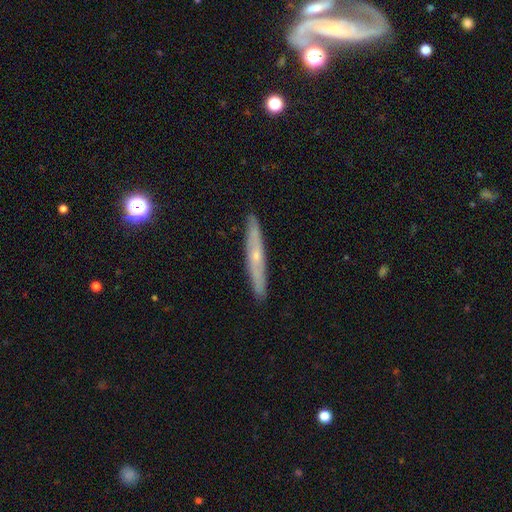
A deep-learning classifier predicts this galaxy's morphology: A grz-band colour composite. It shows a featured or disk galaxy (59%) viewed edge-on (86%) with a rounded central bulge (63%). Merging: none (90%).